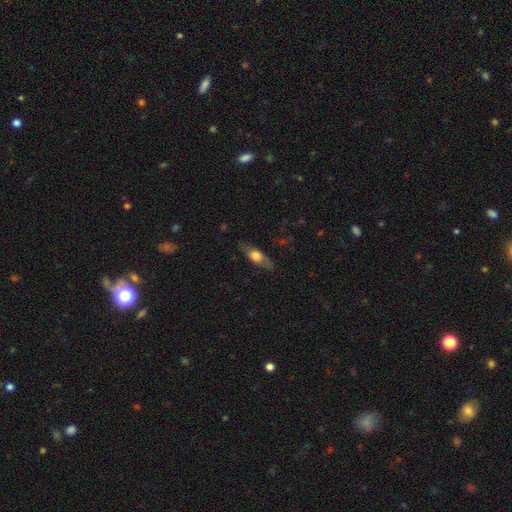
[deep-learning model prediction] smooth_or_featured: smooth (p=0.55) [alt: featured or disk p=0.39]
how_rounded: in between (p=0.60) [alt: cigar-shaped p=0.35]
merging: none (p=0.79) [alt: minor disturbance p=0.16]